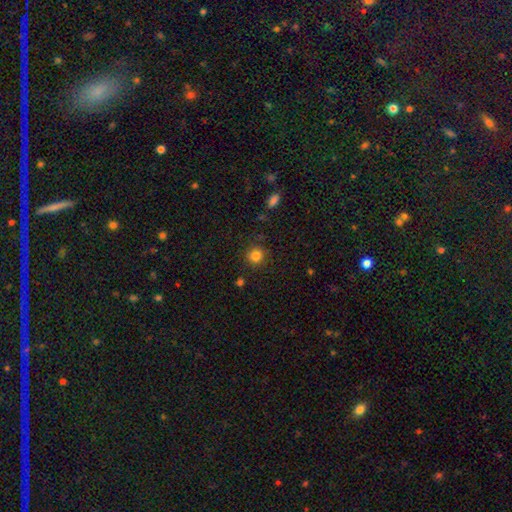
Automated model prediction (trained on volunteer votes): A smooth galaxy with no disk features (83%) that is round (89%). Merging: none (87%).